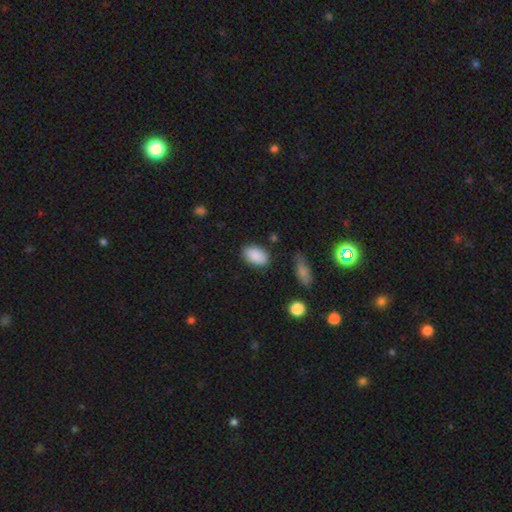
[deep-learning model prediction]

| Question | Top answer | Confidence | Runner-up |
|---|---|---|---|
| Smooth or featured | smooth | 89% | star or artifact (7%) |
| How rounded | in between | 90% | round (9%) |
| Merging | none | 79% | minor disturbance (15%) |